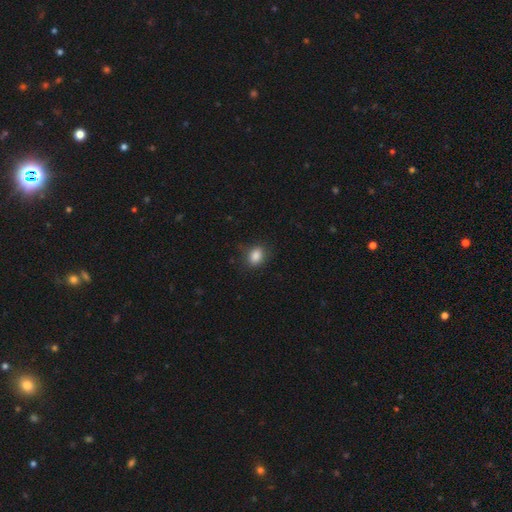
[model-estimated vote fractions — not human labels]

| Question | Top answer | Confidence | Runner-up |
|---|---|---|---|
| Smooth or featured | smooth | 86% | star or artifact (9%) |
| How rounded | in between | 64% | round (35%) |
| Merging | none | 79% | minor disturbance (15%) |